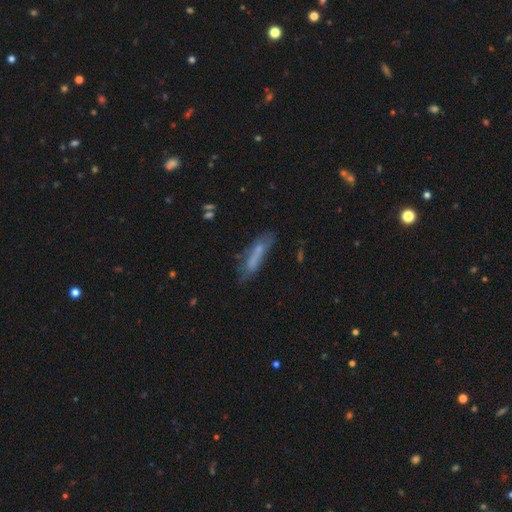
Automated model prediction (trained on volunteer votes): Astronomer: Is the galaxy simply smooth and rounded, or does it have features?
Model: smooth — 56% (runner-up: featured or disk, 33%).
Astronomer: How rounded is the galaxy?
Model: cigar-shaped — 74%.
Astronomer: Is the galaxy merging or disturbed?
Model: none — 51%.